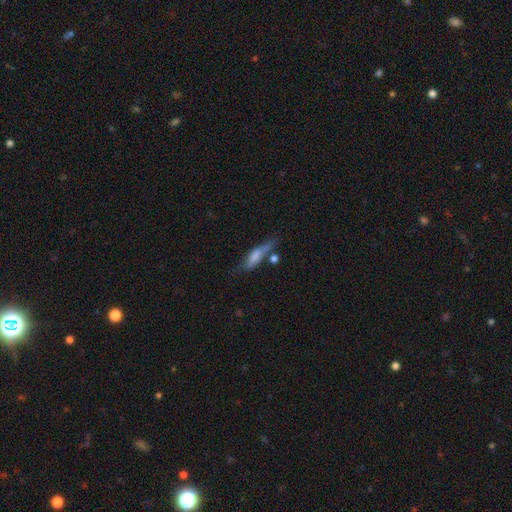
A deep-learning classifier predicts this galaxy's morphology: This is likely a smooth galaxy (64%). How rounded: possibly cigar-shaped (55%). Merging: marginally none (41%).